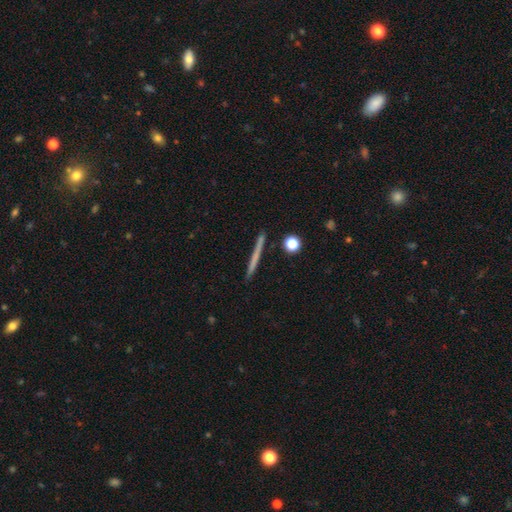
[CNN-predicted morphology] A smooth galaxy with no disk features (54%) that is cigar-shaped (95%).

Vote fractions:
- Smooth or featured? smooth: 54% / featured or disk: 40% / star or artifact: 7%
- How rounded? cigar-shaped: 95% / round: 3% / in between: 2%
- Merging? none: 91% / minor disturbance: 6% / merger: 2% / major disturbance: 1%